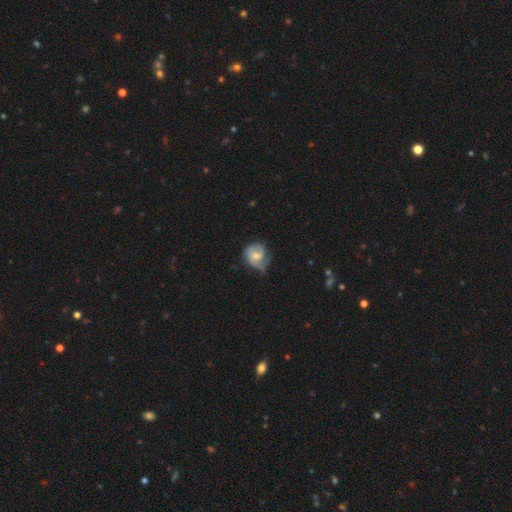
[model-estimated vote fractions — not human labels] Smooth or featured: smooth — 49% (featured or disk — 44%)
Merging: minor disturbance — 36% (tied with none — 36%)